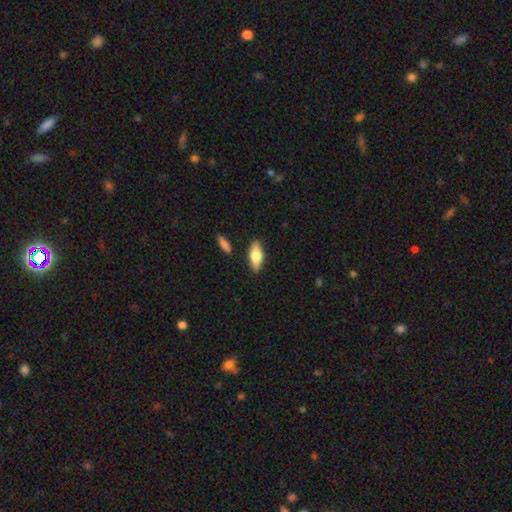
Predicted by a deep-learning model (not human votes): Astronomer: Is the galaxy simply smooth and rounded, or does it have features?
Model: smooth — 65%.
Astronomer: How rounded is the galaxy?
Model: in between — 78%.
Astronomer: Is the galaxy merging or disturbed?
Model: none — 86%.